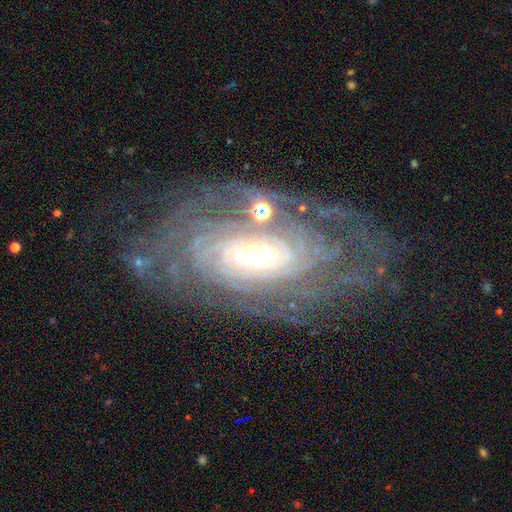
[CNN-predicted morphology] Smooth or featured? featured or disk (89%)
Edge-on disk? no (95%)
Bar? no (59%)
Spiral arms? yes (98%)
Spiral winding? tight (80%)
Spiral arm count? more than 4 (31%)
Bulge size? small (59%)
Merging? none (68%)